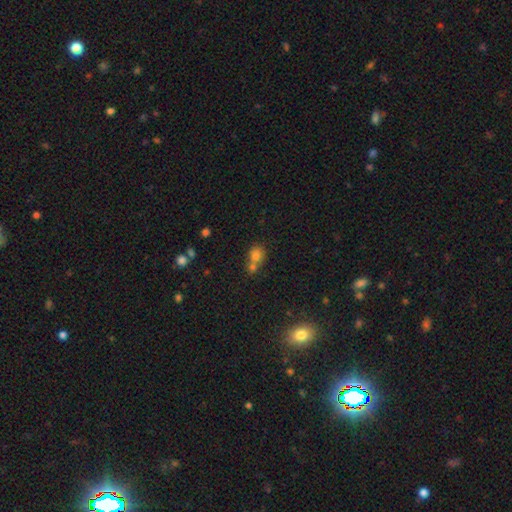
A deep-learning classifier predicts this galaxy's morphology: Q: Smooth or featured?
A: smooth (73%); runner-up: star or artifact (16%)
Q: How rounded?
A: round (65%); runner-up: in between (34%)
Q: Merging?
A: merger (52%); runner-up: none (36%)